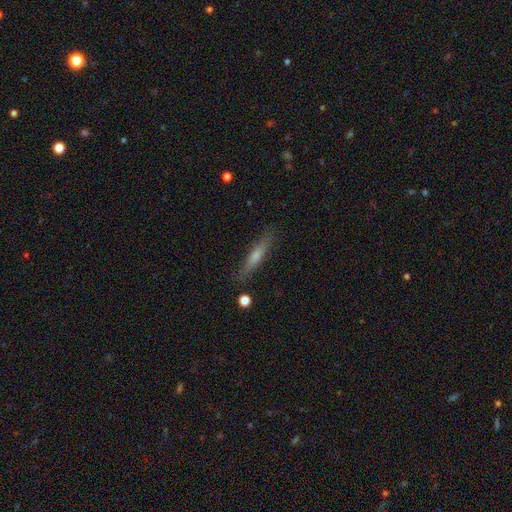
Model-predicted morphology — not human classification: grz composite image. It shows a smooth galaxy with no disk features (46%, tied with featured or disk). Merging: none (86%).